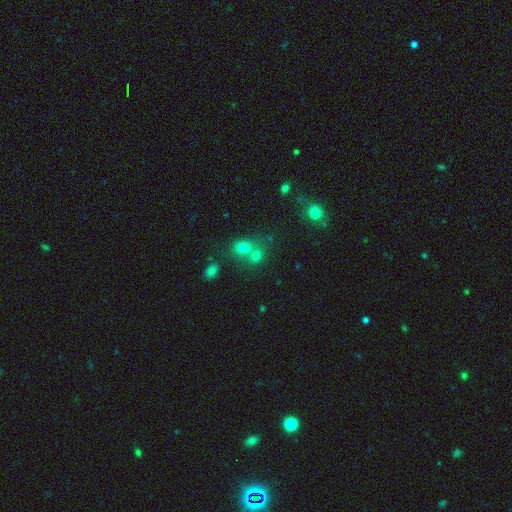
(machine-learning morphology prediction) smooth-or-featured: smooth: 68% | star or artifact: 20% | featured or disk: 12%
  how-rounded: round: 71% | in between: 28% | cigar-shaped: 1%
  merging: merger: 51% | none: 39% | minor disturbance: 7% | major disturbance: 3%